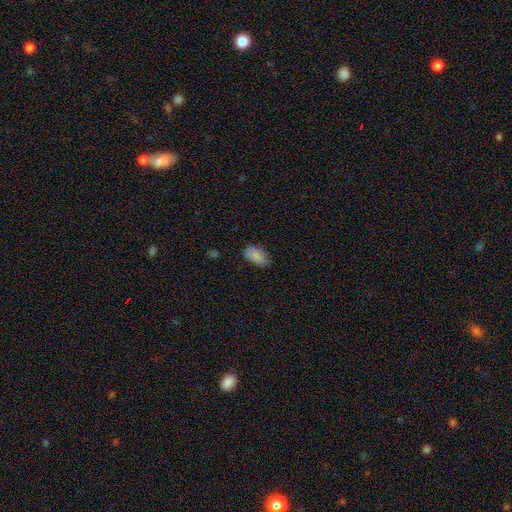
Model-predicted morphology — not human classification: This is clearly a smooth galaxy (84%). How rounded: clearly in between (93%). Merging: likely none (71%).